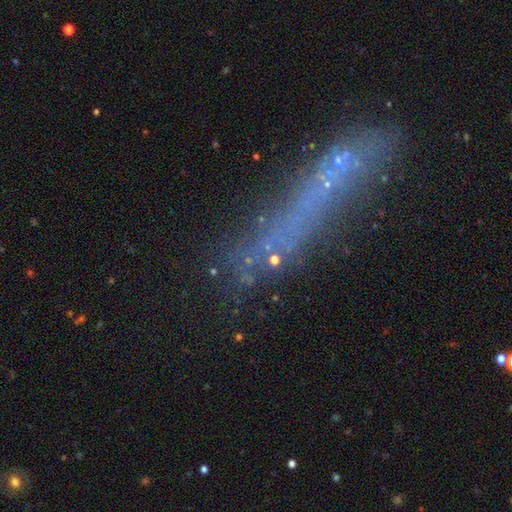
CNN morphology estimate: The model was most divided on "smooth or featured": smooth: 38%, featured or disk: 36%, star or artifact: 26%. More confident: merging — none (59%).